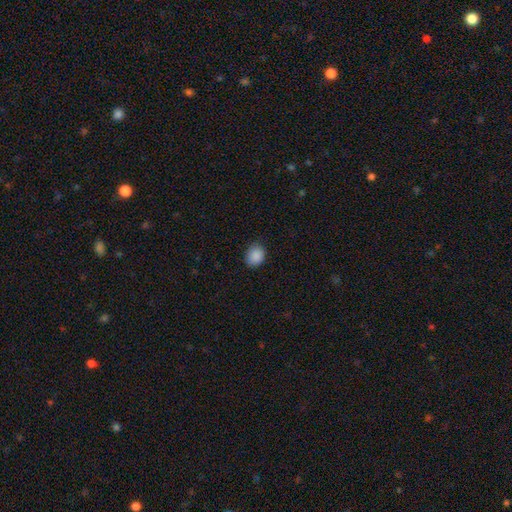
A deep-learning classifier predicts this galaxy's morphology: A smooth galaxy with no disk features (89%) that is round (51%). Merging: none (83%).